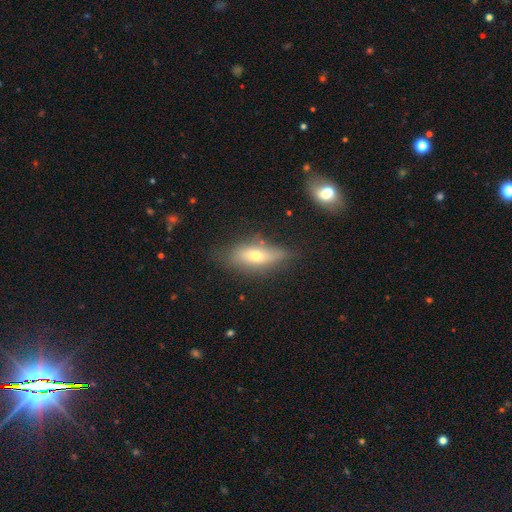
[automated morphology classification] smooth_or_featured: smooth (p=0.56) [alt: featured or disk p=0.34]
how_rounded: in between (p=0.66) [alt: cigar-shaped p=0.30]
merging: none (p=0.67) [alt: minor disturbance p=0.22]